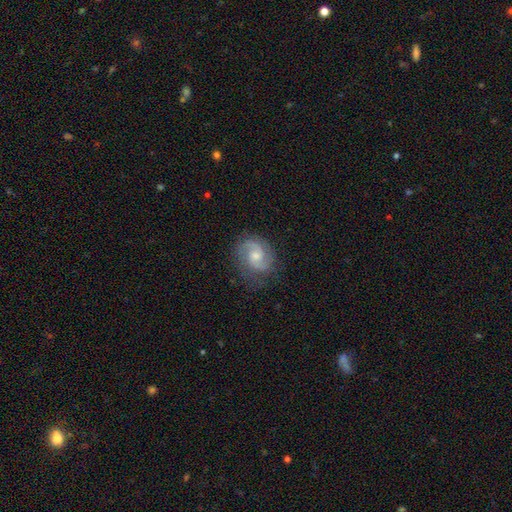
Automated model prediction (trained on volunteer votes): This is clearly a featured or disk galaxy (84%). It is clearly not viewed edge-on (98%). Bar: possibly no (53%). Spiral arm pattern: clearly yes (97%). Spiral arm count: clearly 2 (89%). Spiral winding: possibly medium (53%). Central bulge: possibly moderate (51%). Merging: likely none (77%).